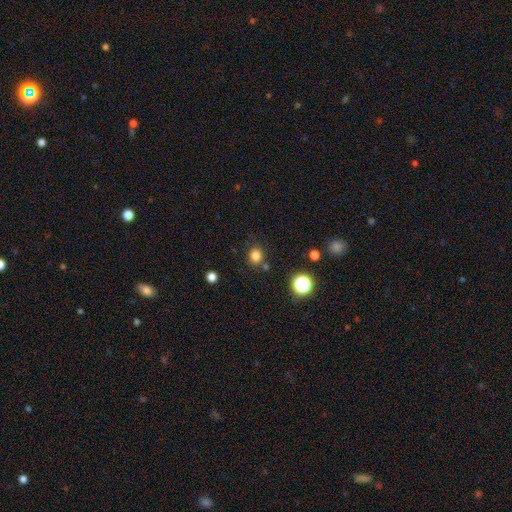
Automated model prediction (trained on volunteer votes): This appears to be a smooth galaxy with no disk features (81%) that is round (76%). Merging: none (79%).